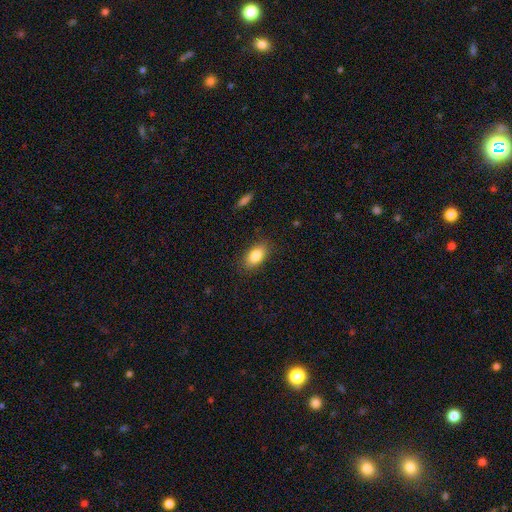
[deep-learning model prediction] Smooth or featured? smooth (85%)
How rounded? in between (90%)
Merging? none (86%)